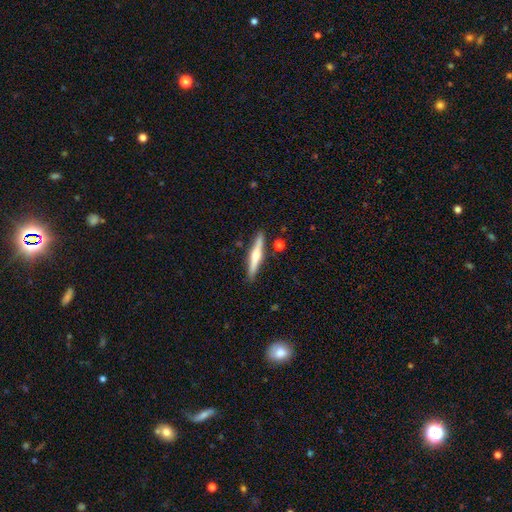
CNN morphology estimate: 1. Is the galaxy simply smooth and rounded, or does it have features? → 55% featured or disk, 39% smooth, 6% star or artifact.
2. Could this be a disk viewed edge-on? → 97% yes, 3% no.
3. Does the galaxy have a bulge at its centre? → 74% rounded, 14% boxy, 12% none.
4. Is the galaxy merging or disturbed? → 88% none, 8% minor disturbance, 3% merger, 2% major disturbance.